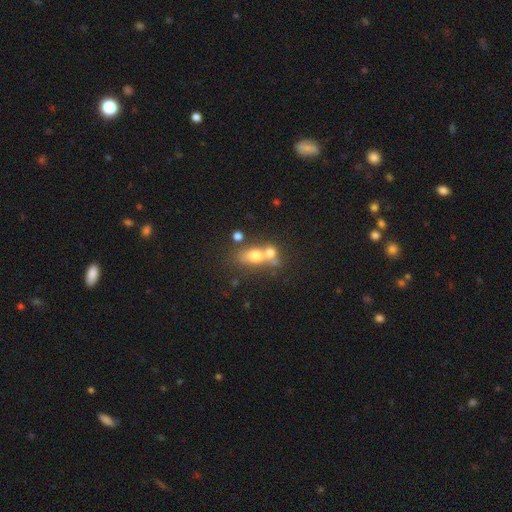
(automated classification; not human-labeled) The model was most divided on "how rounded": in between: 59%, round: 36%, cigar-shaped: 5%. More confident: smooth or featured — smooth (68%); merging — merger (62%).